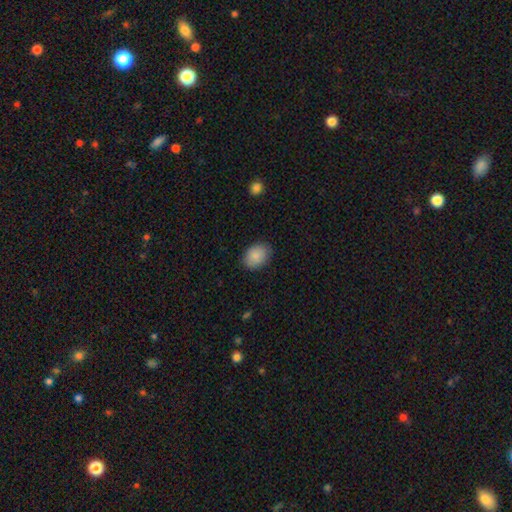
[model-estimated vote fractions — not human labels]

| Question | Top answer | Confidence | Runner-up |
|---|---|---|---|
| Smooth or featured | smooth | 87% | star or artifact (7%) |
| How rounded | in between | 73% | round (26%) |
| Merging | none | 84% | minor disturbance (12%) |